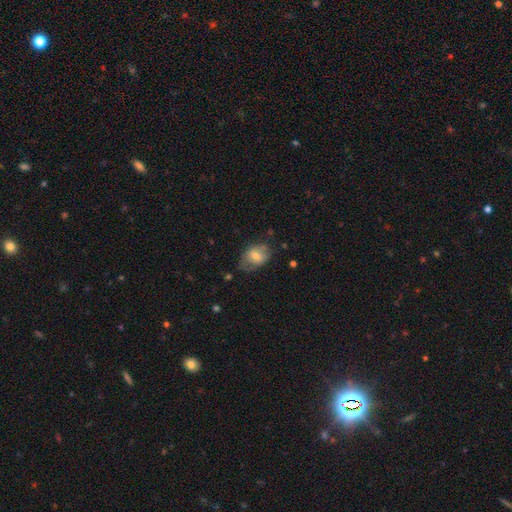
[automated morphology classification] smooth_or_featured: smooth (p=0.66) [alt: featured or disk p=0.26]
how_rounded: in between (p=0.72) [alt: round p=0.27]
merging: none (p=0.54) [alt: minor disturbance p=0.31]